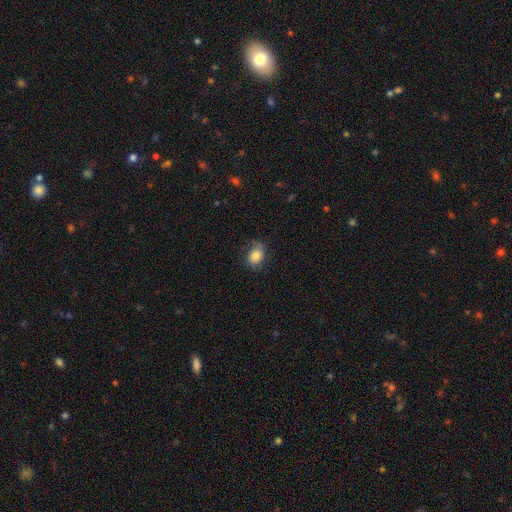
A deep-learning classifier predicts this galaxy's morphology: A smooth galaxy with no disk features (77%) that is in between round and cigar-shaped (64%).

Vote fractions:
- Smooth or featured? smooth: 77% / featured or disk: 15% / star or artifact: 9%
- How rounded? in between: 64% / round: 35% / cigar-shaped: 1%
- Merging? none: 63% / minor disturbance: 25% / major disturbance: 11% / merger: 1%